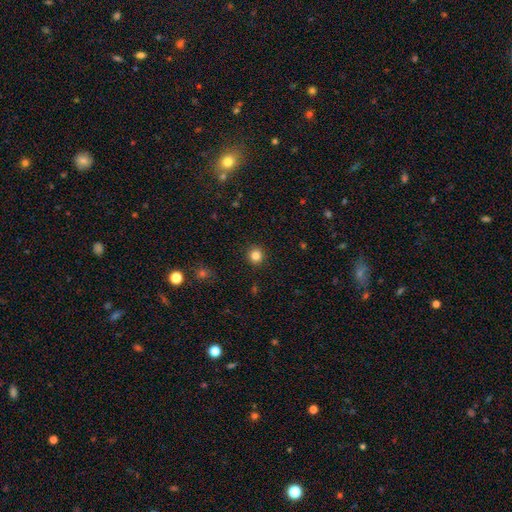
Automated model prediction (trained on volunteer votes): This appears to be a smooth galaxy with no disk features (84%) that is round (93%). Merging: none (92%).